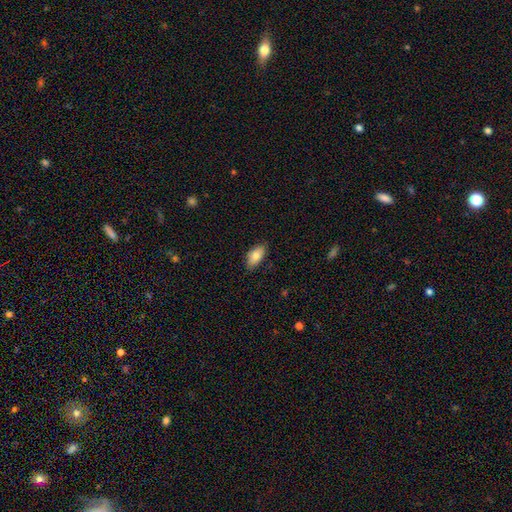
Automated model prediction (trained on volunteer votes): A smooth galaxy with no disk features (80%) that is in between round and cigar-shaped (90%). Merging: none (82%).